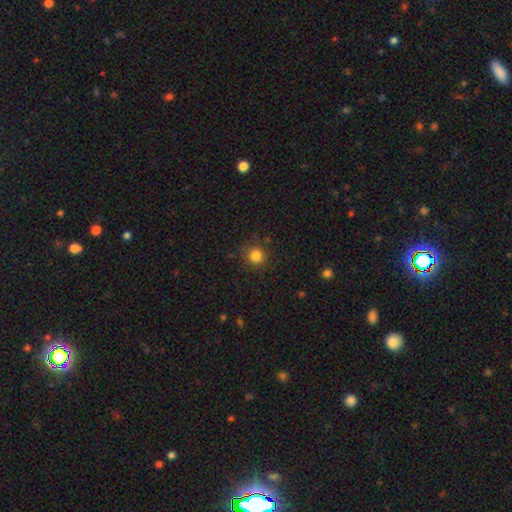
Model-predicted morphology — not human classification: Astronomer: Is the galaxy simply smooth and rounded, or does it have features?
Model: smooth — 83%.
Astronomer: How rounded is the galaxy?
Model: round — 92%.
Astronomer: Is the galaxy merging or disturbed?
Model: none — 87%.